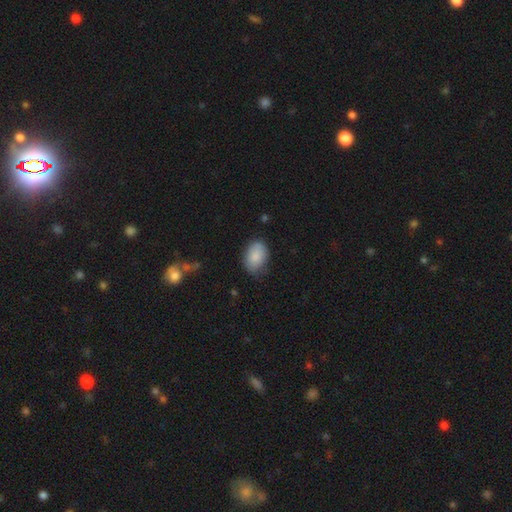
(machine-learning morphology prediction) This appears to be a smooth galaxy with no disk features (85%) that is in between round and cigar-shaped (84%). Merging: none (73%).